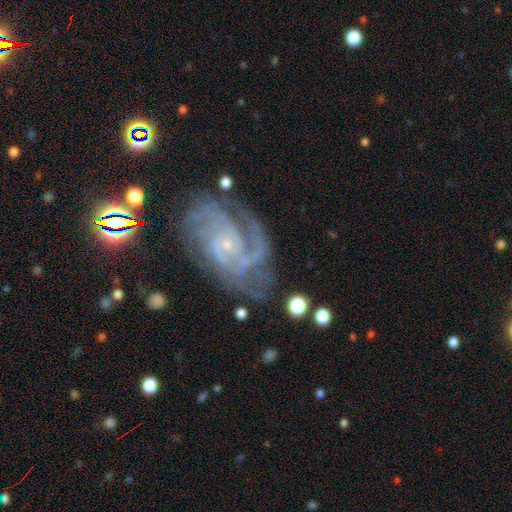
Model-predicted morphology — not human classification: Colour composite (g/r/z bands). It shows a featured or disk galaxy (91%) with no bar (68%), 2 (32%) tight (54%) spiral arms (98%) and a small central bulge (86%). Merging: none (66%).